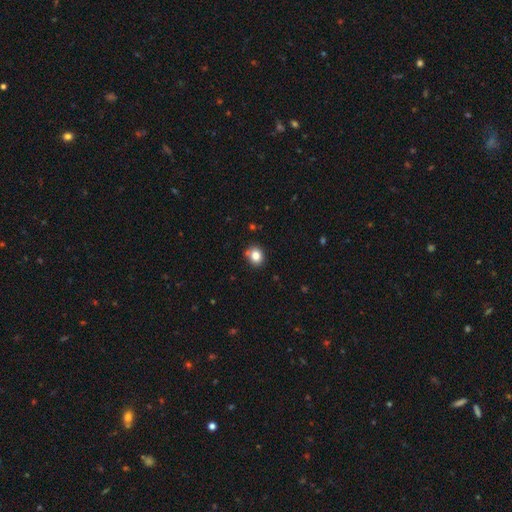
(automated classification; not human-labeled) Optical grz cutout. It shows a smooth galaxy with no disk features (82%) that is round (69%). Merging: none (79%).